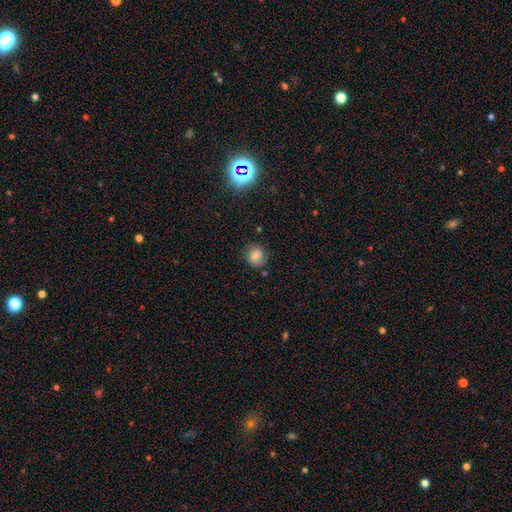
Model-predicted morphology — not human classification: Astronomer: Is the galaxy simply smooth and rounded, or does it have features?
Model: smooth — 75%.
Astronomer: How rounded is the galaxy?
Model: round — 79%.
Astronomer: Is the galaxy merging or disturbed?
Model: none — 77%.